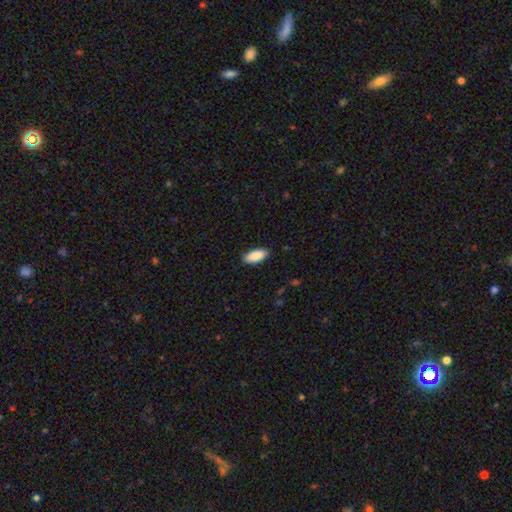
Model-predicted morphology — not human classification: smooth 88%, featured or disk 6%, star or artifact 6%. Down the decision tree: how rounded — in between (88%); merging — none (88%).